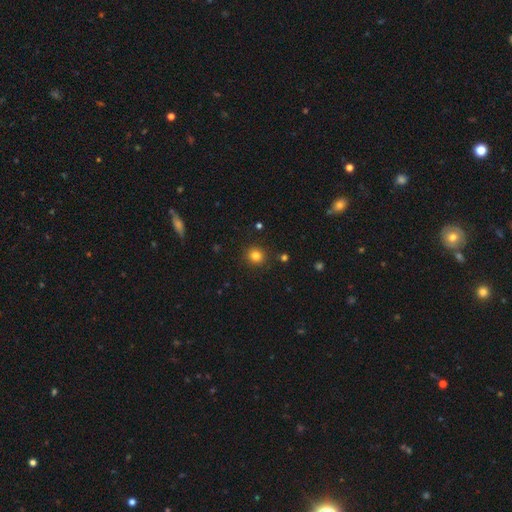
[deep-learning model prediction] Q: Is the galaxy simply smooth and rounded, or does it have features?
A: smooth — 81%.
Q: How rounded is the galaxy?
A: round — 91%.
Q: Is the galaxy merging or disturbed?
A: none — 90%.